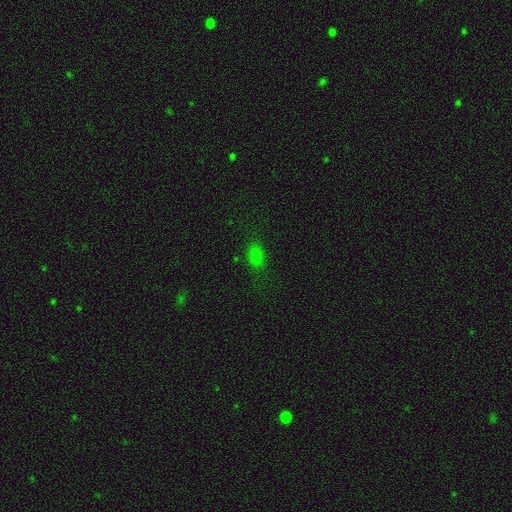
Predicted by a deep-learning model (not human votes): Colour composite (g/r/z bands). It shows a smooth galaxy with no disk features (74%) that is in between round and cigar-shaped (83%). Merging: none (82%).